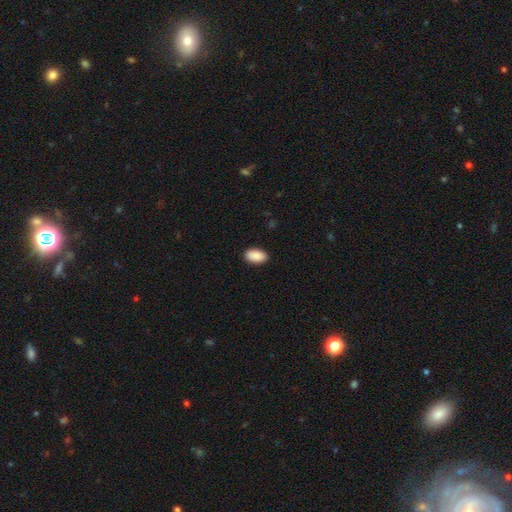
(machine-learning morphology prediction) A smooth galaxy with no disk features (91%) that is in between round and cigar-shaped (94%). Merging: none (90%).